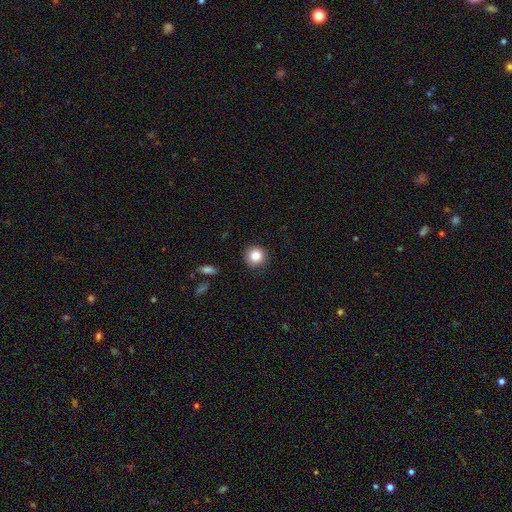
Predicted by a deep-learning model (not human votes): Morphology: type=smooth (84%); roundness=round (93%); merging=none (89%).